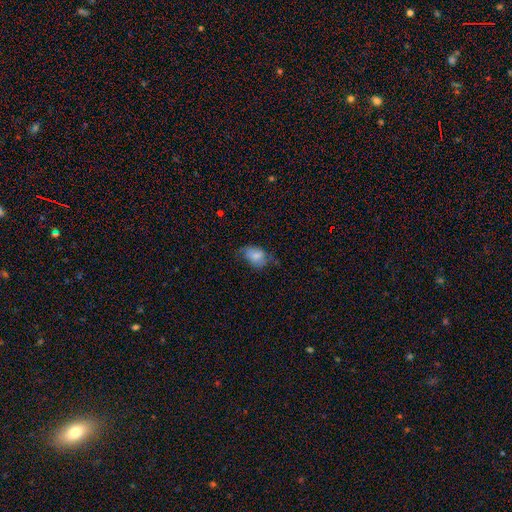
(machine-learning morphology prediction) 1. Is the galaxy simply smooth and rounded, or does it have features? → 76% smooth, 15% featured or disk, 8% star or artifact.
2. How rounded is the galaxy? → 81% in between, 18% round, 1% cigar-shaped.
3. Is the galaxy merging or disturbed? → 49% none, 34% minor disturbance, 15% major disturbance, 2% merger.